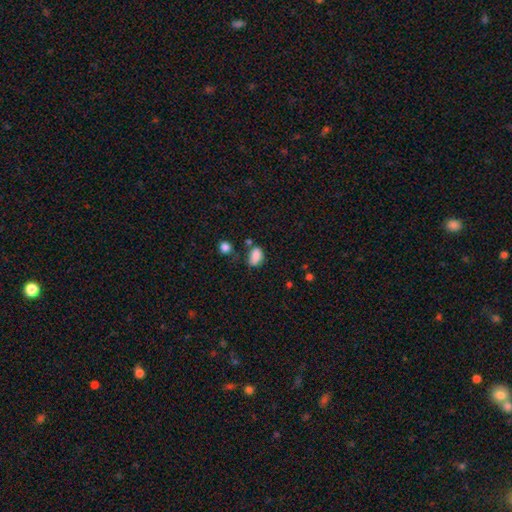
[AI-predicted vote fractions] Smooth or featured: smooth — 84% (star or artifact — 10%)
How rounded: in between — 83% (round — 16%)
Merging: none — 52% (minor disturbance — 29%)